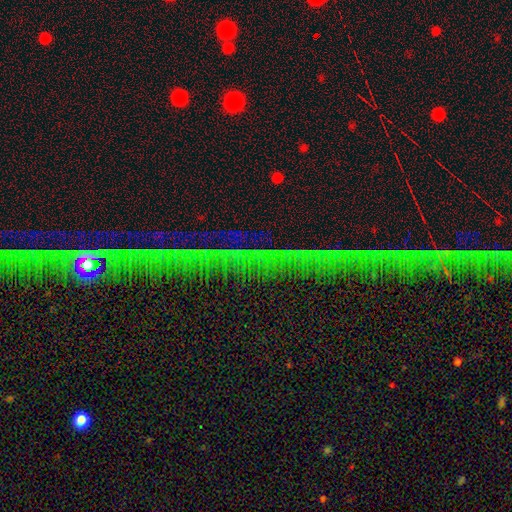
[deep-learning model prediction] Smooth or featured: star or artifact — 83% (featured or disk — 10%)